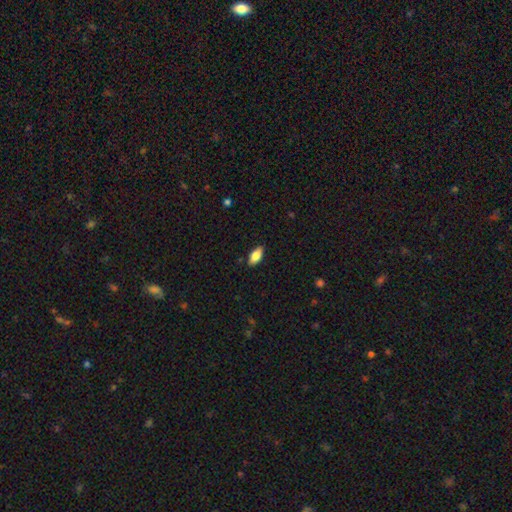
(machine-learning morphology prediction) A smooth galaxy with no disk features (83%) that is in between round and cigar-shaped (90%). Merging: none (87%).